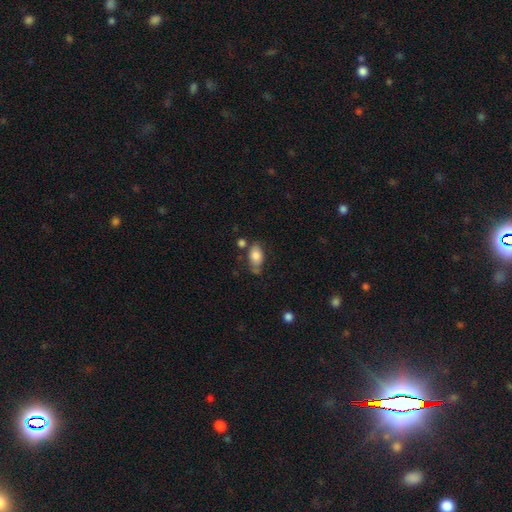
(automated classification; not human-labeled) Smooth or featured?
  - smooth: 78% *
  - featured or disk: 15%
  - star or artifact: 7%
How rounded?
  - in between: 90% *
  - round: 7%
  - cigar-shaped: 3%
Merging?
  - none: 56% *
  - minor disturbance: 24%
  - merger: 12%
  - major disturbance: 8%